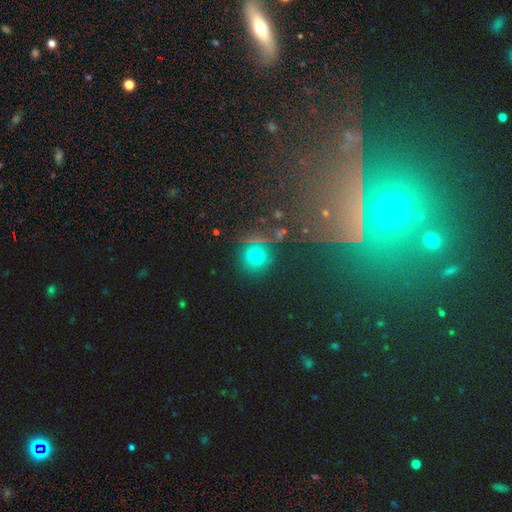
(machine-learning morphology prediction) The model was most divided on "smooth or featured": smooth: 64%, star or artifact: 28%, featured or disk: 8%. More confident: how rounded — round (90%); merging — none (82%).